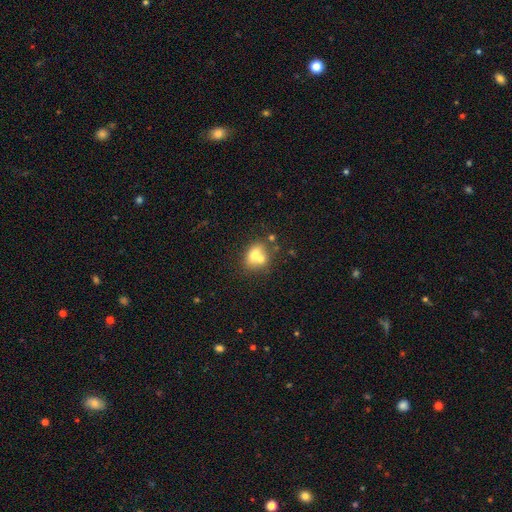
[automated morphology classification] smooth-or-featured: smooth: 65% | featured or disk: 25% | star or artifact: 11%
  how-rounded: in between: 54% | round: 45% | cigar-shaped: 2%
  merging: merger: 52% | none: 34% | minor disturbance: 10% | major disturbance: 4%